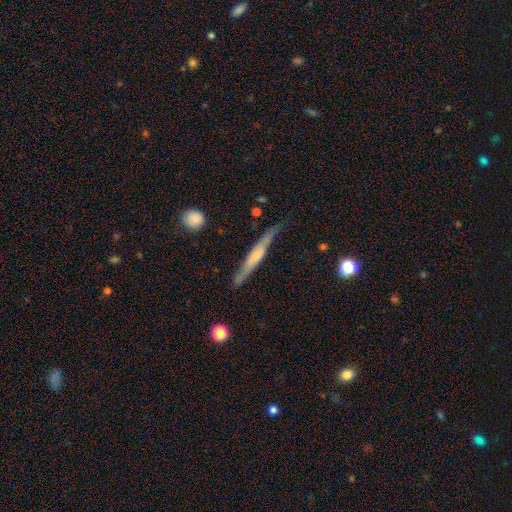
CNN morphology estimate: Smooth or featured? Predicted: featured or disk (p=0.61). Edge-on disk? Predicted: yes (p=0.89). Edge-on bulge? Predicted: rounded (p=0.46). Merging? Predicted: none (p=0.74).